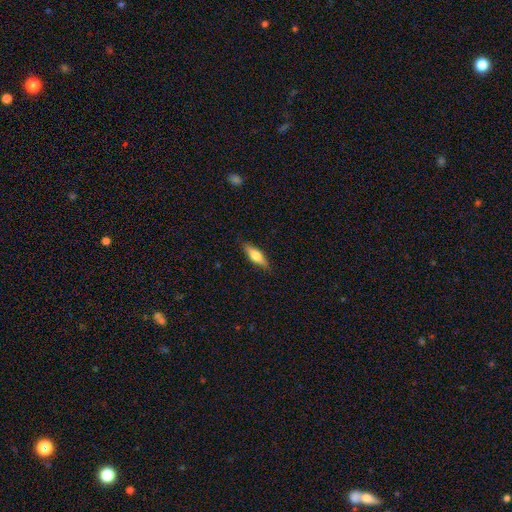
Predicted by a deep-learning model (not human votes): Smooth or featured? smooth (62%)
How rounded? in between (52%)
Merging? none (86%)